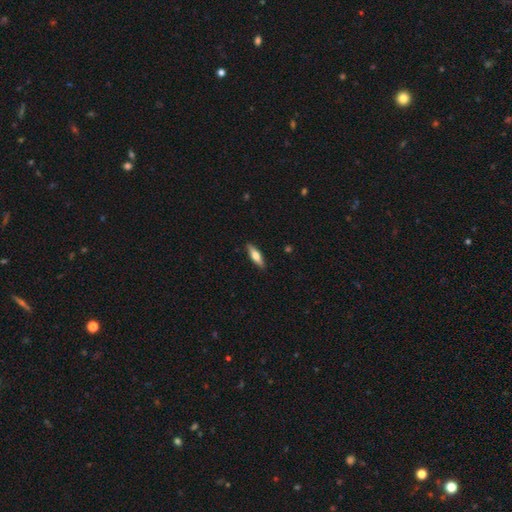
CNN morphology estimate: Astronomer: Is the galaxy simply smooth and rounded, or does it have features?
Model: smooth — 54% (runner-up: featured or disk, 40%).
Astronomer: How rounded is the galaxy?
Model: cigar-shaped — 61% (runner-up: in between, 37%).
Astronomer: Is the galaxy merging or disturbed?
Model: none — 90%.